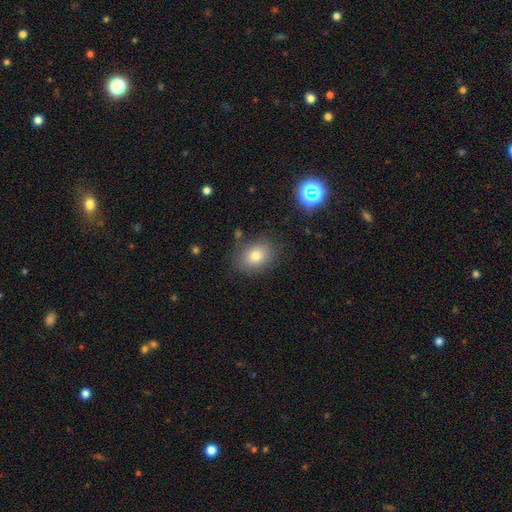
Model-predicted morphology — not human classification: This is likely a smooth galaxy (78%). How rounded: possibly in between (58%). Merging: likely none (80%).